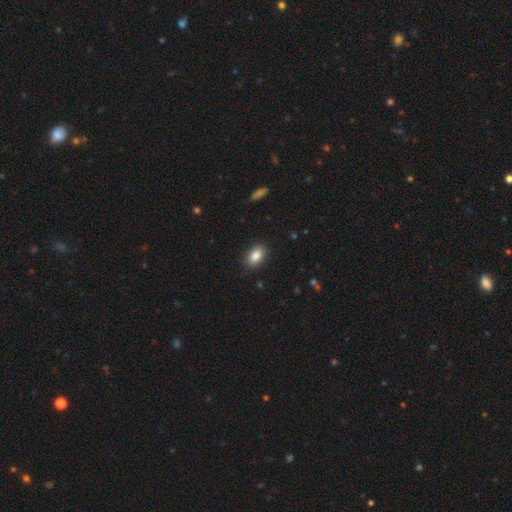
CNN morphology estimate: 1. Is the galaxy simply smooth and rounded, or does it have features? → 87% smooth, 8% star or artifact, 5% featured or disk.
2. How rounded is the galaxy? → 89% in between, 9% round, 2% cigar-shaped.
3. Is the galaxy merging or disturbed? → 87% none, 9% minor disturbance, 2% major disturbance, 1% merger.